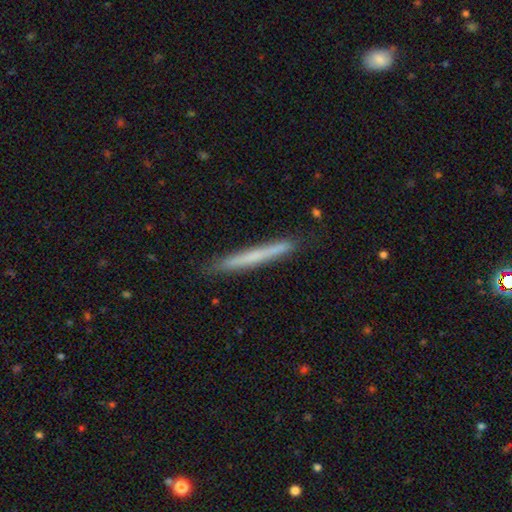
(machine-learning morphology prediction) smooth_or_featured: smooth (p=0.59) [alt: featured or disk p=0.35]
how_rounded: cigar-shaped (p=0.97) [alt: in between p=0.02]
merging: none (p=0.89) [alt: minor disturbance p=0.09]